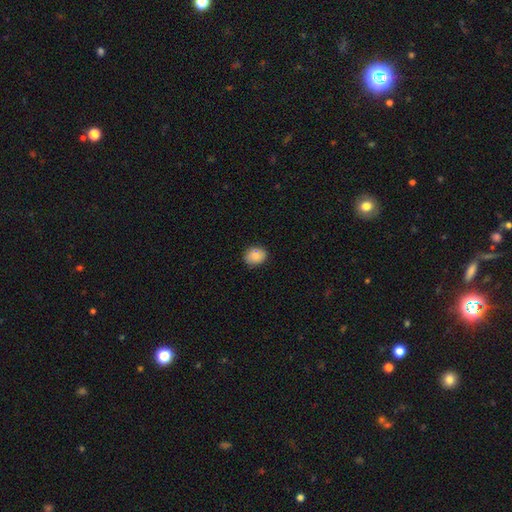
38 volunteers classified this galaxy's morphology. Q: Smooth or featured?
A: smooth (87%); runner-up: star or artifact (8%)
Q: How rounded?
A: in between (55%); runner-up: round (45%)
Q: Merging?
A: none (94%); runner-up: minor disturbance (6%)